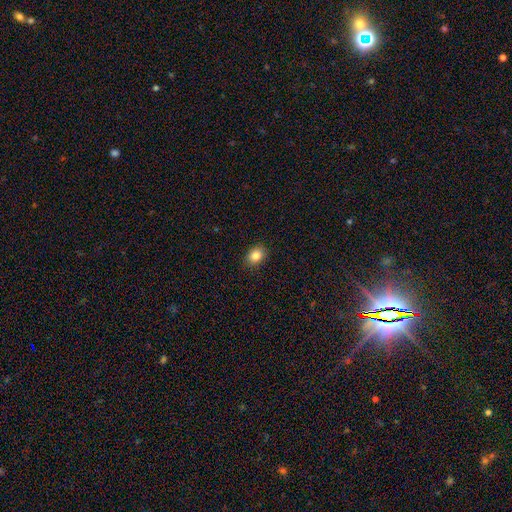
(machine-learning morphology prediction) A smooth galaxy with no disk features (84%) that is in between round and cigar-shaped (61%). Merging: none (90%).